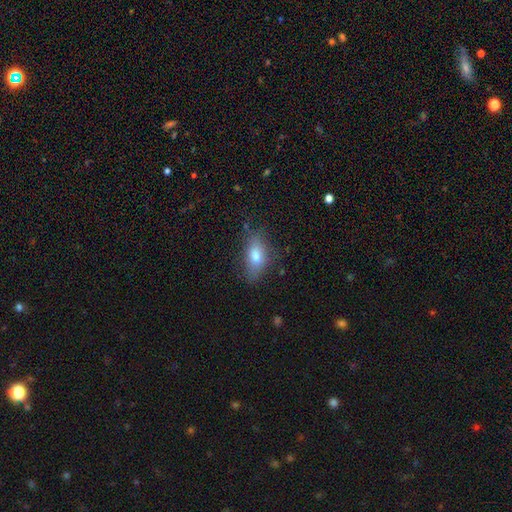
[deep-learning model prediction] smooth 75%, featured or disk 17%, star or artifact 9%. Down the decision tree: how rounded — in between (82%); merging — none (71%).